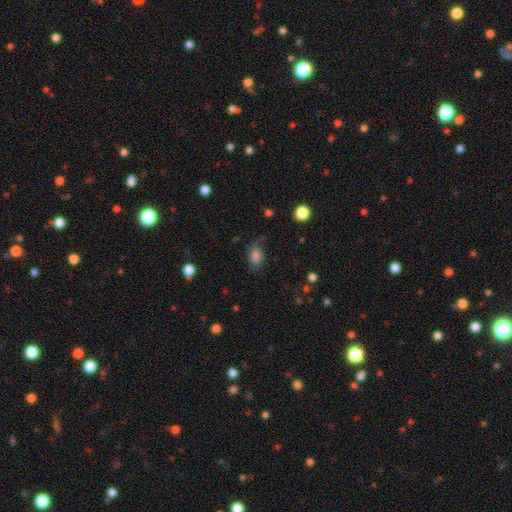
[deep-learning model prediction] smooth_or_featured: smooth (p=0.76) [alt: featured or disk p=0.12]
how_rounded: in between (p=0.77) [alt: round p=0.21]
merging: none (p=0.63) [alt: minor disturbance p=0.25]